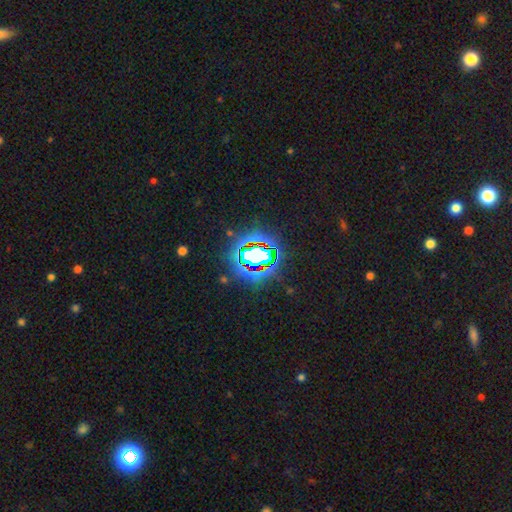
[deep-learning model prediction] This is likely a star or artifact rather than a galaxy (73%).